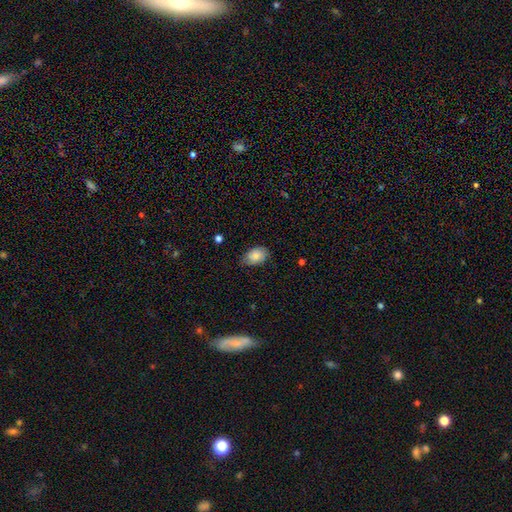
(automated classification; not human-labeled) smooth_or_featured: smooth (p=0.81) [alt: featured or disk p=0.11]
how_rounded: in between (p=0.84) [alt: round p=0.15]
merging: none (p=0.70) [alt: minor disturbance p=0.25]